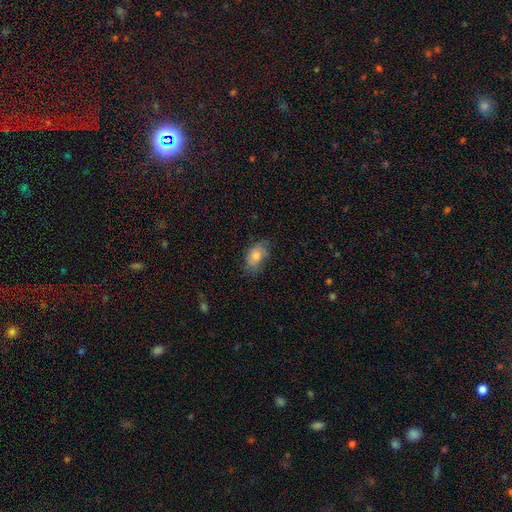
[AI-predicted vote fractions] smooth_or_featured: smooth (p=0.72) [alt: featured or disk p=0.19]
how_rounded: in between (p=0.86) [alt: round p=0.11]
merging: none (p=0.66) [alt: minor disturbance p=0.25]